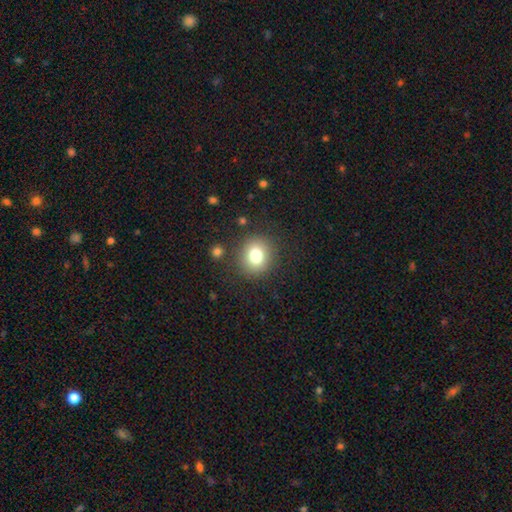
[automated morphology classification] Smooth or featured? smooth (77%)
How rounded? round (81%)
Merging? none (86%)